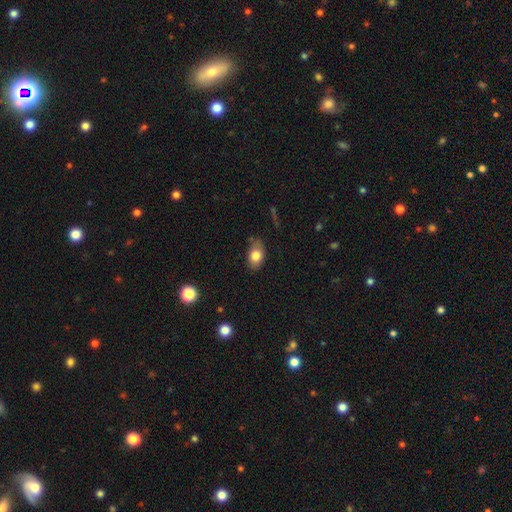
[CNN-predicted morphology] Smooth or featured?
  - smooth: 80% *
  - featured or disk: 11%
  - star or artifact: 9%
How rounded?
  - in between: 83% *
  - round: 15%
  - cigar-shaped: 2%
Merging?
  - none: 69% *
  - minor disturbance: 23%
  - major disturbance: 5%
  - merger: 2%